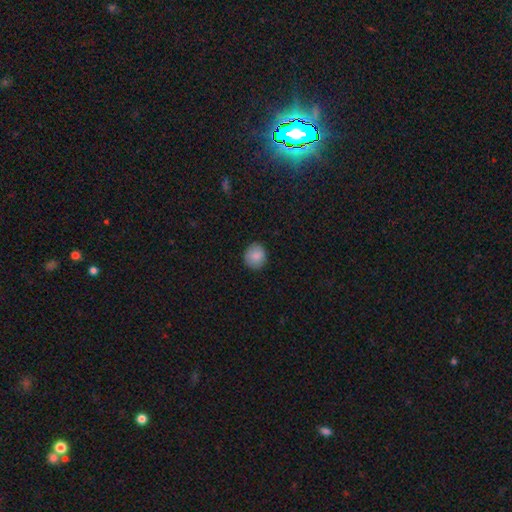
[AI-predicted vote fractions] Smooth or featured: smooth — 87% (star or artifact — 8%)
How rounded: round — 83% (in between — 16%)
Merging: none — 87% (minor disturbance — 10%)